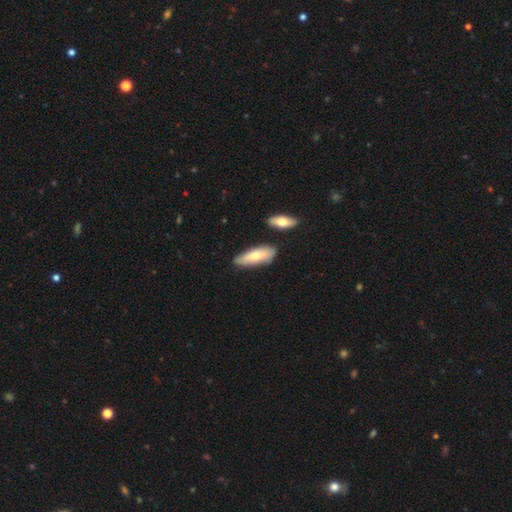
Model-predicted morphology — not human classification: smooth 66%, featured or disk 29%, star or artifact 6%. Down the decision tree: how rounded — in between (62%); merging — none (74%).